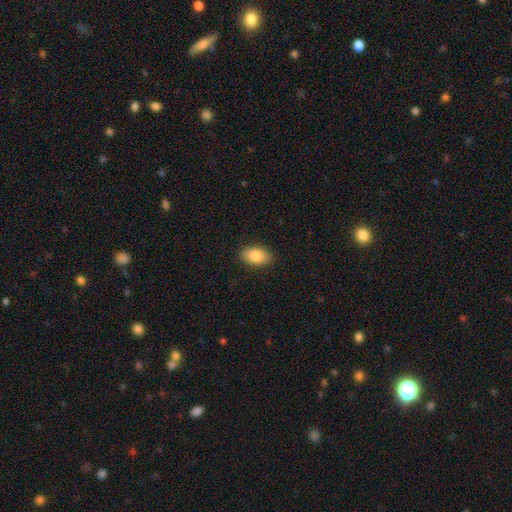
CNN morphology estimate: A smooth galaxy with no disk features (85%) that is in between round and cigar-shaped (91%).

Vote fractions:
- Smooth or featured? smooth: 85% / featured or disk: 8% / star or artifact: 7%
- How rounded? in between: 91% / round: 8% / cigar-shaped: 2%
- Merging? none: 89% / minor disturbance: 8% / major disturbance: 2% / merger: 1%